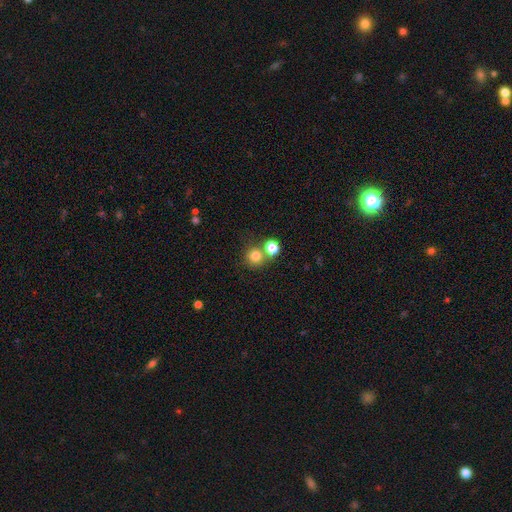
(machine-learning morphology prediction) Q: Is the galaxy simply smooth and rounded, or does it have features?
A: smooth — 79%.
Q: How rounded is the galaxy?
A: round — 92%.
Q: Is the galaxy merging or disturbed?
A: none — 66%.